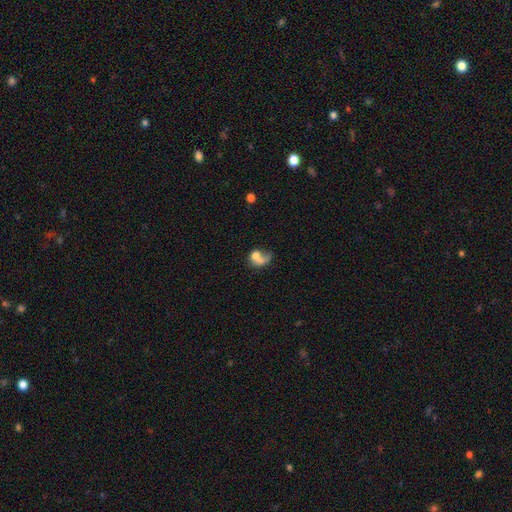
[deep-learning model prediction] A smooth galaxy with no disk features (55%) that is in between round and cigar-shaped (54%). Merging: merger (40%).